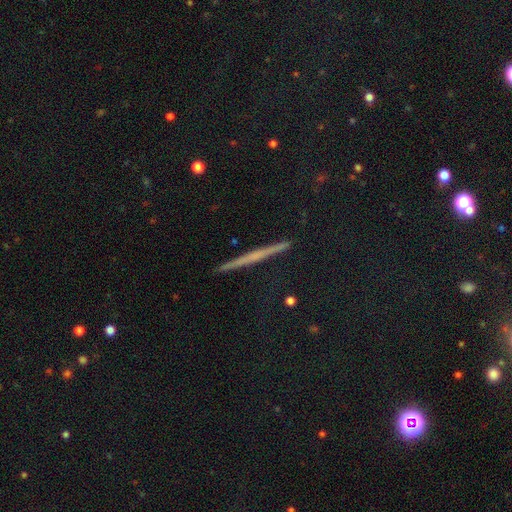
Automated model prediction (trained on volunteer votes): This appears to be a featured or disk galaxy (53%) viewed edge-on (97%) with no central bulge (74%). Merging: none (91%).